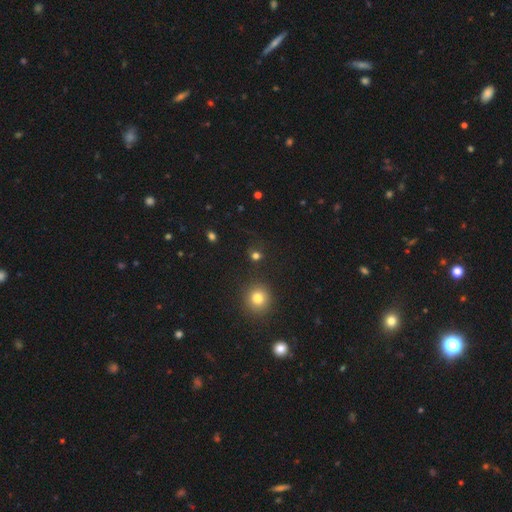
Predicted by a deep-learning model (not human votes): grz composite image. It shows a smooth galaxy with no disk features (68%) that is round (83%). Merging: none (78%).